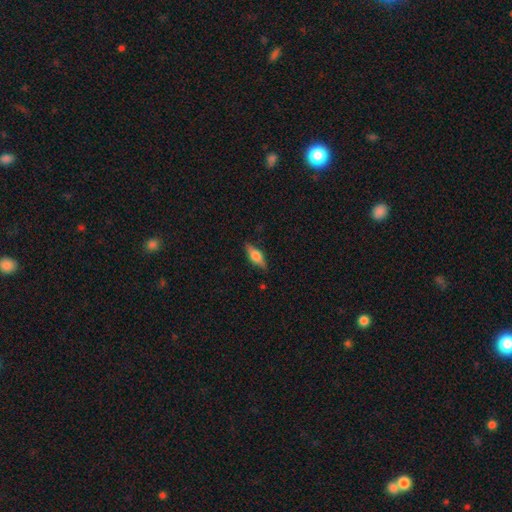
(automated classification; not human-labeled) The model was most divided on "smooth or featured": featured or disk: 50%, smooth: 42%, star or artifact: 7%. More confident: edge-on disk — yes (93%); merging — none (84%).